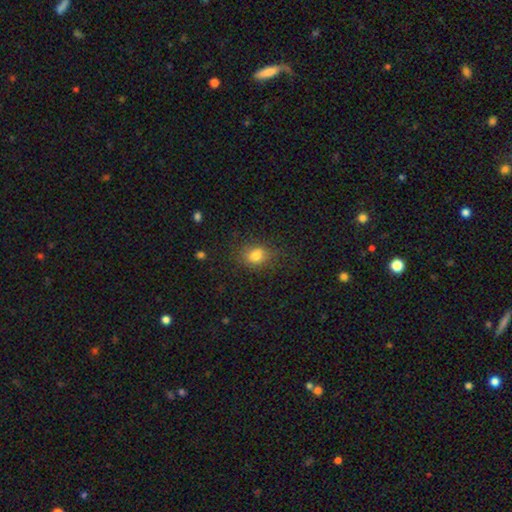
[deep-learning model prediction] smooth_or_featured: smooth (p=0.79) [alt: star or artifact p=0.13]
how_rounded: round (p=0.57) [alt: in between p=0.42]
merging: none (p=0.73) [alt: minor disturbance p=0.18]